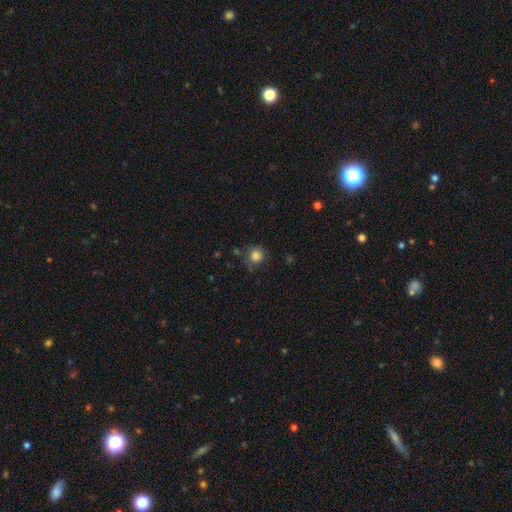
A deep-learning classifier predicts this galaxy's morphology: The model was most divided on "merging": none: 71%, minor disturbance: 18%, major disturbance: 6%, merger: 5%. More confident: how rounded — round (89%); smooth or featured — smooth (83%).